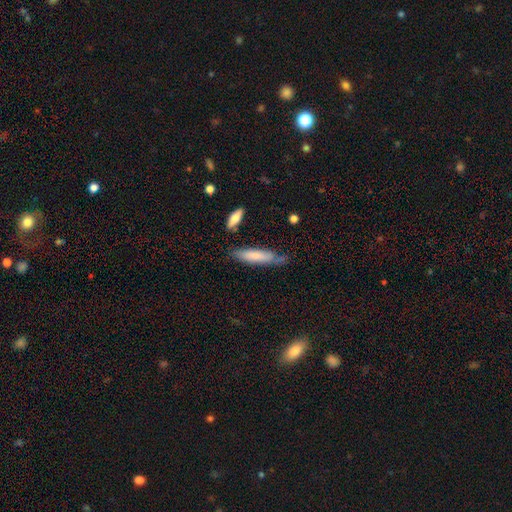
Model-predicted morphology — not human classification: Q: Smooth or featured?
A: smooth (73%); runner-up: featured or disk (21%)
Q: How rounded?
A: cigar-shaped (76%); runner-up: in between (22%)
Q: Merging?
A: none (66%); runner-up: minor disturbance (24%)